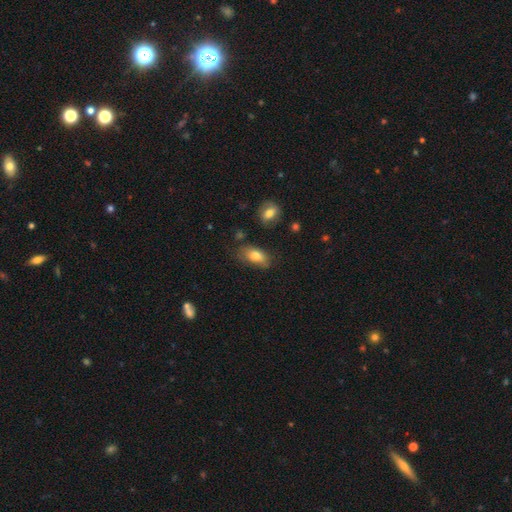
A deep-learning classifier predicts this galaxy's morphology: smooth_or_featured: smooth (p=0.77) [alt: featured or disk p=0.15]
how_rounded: in between (p=0.89) [alt: cigar-shaped p=0.06]
merging: none (p=0.66) [alt: minor disturbance p=0.24]